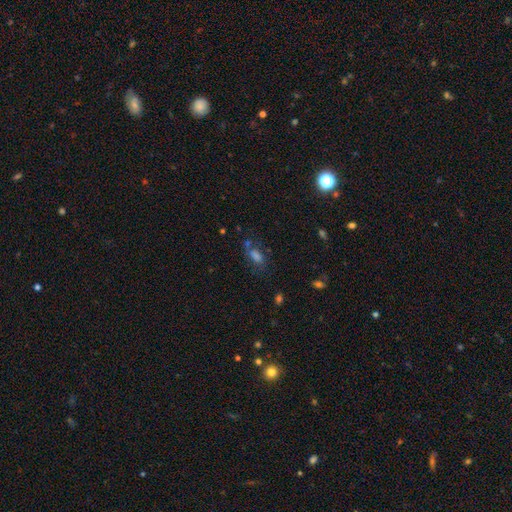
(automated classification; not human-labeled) This appears to be a smooth galaxy with no disk features (57%) that is in between round and cigar-shaped (78%). Merging: none (56%).